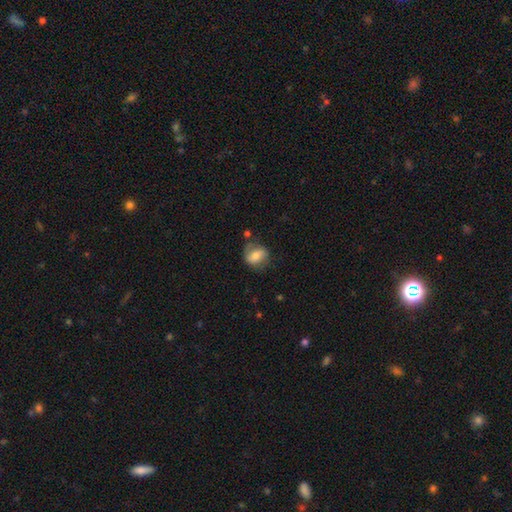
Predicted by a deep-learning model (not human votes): A smooth galaxy with no disk features (54%) that is in between round and cigar-shaped (49%, tied with round). Merging: none (57%).